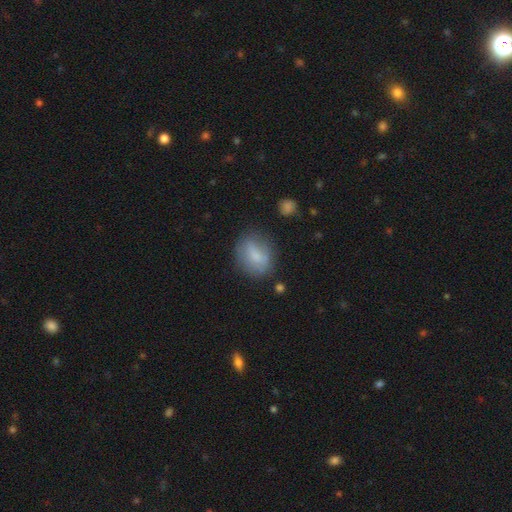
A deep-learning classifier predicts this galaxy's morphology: A smooth galaxy with no disk features (70%) that is in between round and cigar-shaped (56%).

Vote fractions:
- Smooth or featured? smooth: 70% / featured or disk: 22% / star or artifact: 8%
- How rounded? in between: 56% / round: 41% / cigar-shaped: 2%
- Merging? none: 67% / minor disturbance: 22% / major disturbance: 7% / merger: 3%